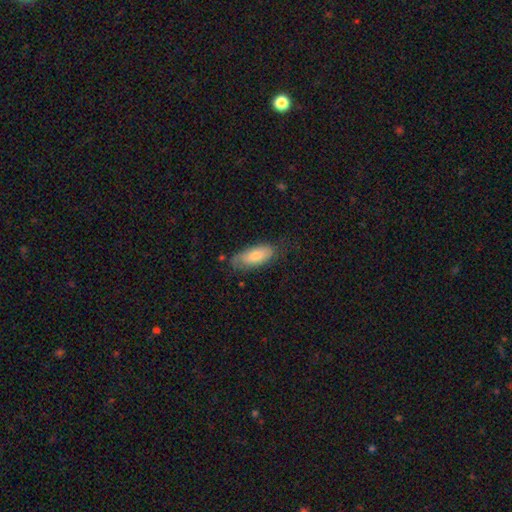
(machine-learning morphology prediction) Smooth or featured?
  - smooth: 74% *
  - featured or disk: 20%
  - star or artifact: 6%
How rounded?
  - in between: 83% *
  - cigar-shaped: 14%
  - round: 2%
Merging?
  - none: 65% *
  - minor disturbance: 26%
  - major disturbance: 7%
  - merger: 2%